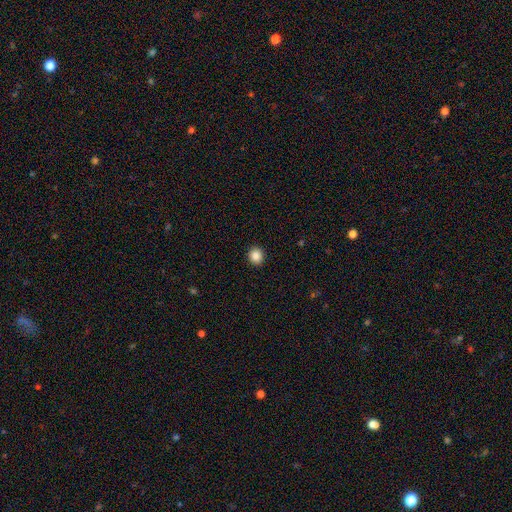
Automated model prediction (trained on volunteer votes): Q: Smooth or featured?
A: smooth (86%); runner-up: star or artifact (10%)
Q: How rounded?
A: round (88%); runner-up: in between (11%)
Q: Merging?
A: none (93%); runner-up: minor disturbance (5%)